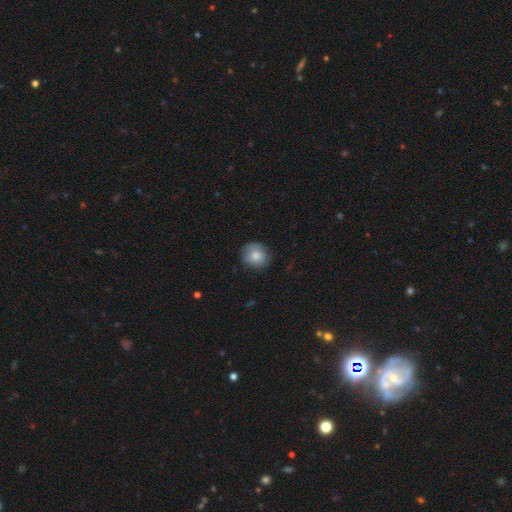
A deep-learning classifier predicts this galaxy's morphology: type=smooth (79%); roundness=round (80%); merging=none (74%).